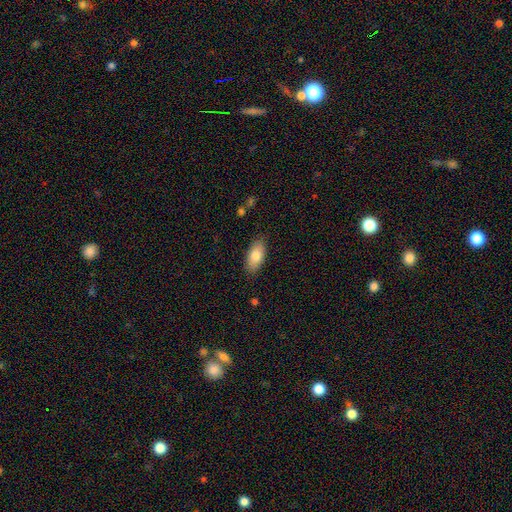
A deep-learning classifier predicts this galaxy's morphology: A smooth galaxy with no disk features (81%) that is in between round and cigar-shaped (91%). Merging: none (86%).